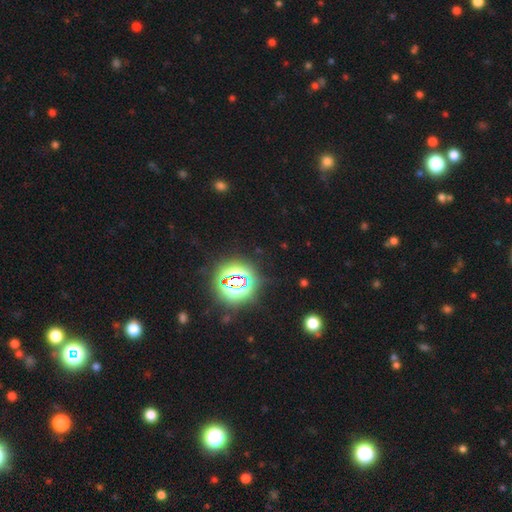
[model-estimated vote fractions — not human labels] smooth_or_featured: star or artifact (p=0.79) [alt: smooth p=0.14]